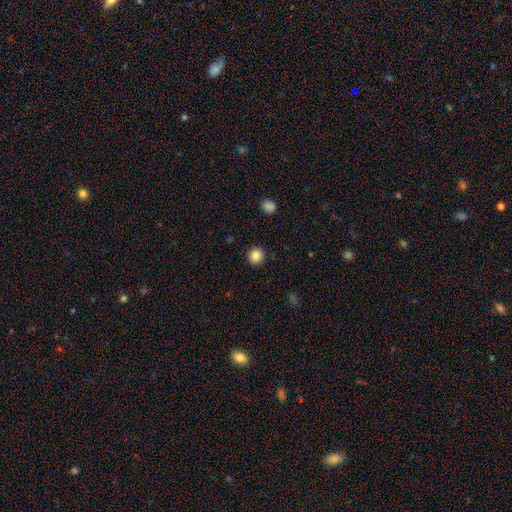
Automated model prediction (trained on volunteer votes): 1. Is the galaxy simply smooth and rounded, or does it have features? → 84% smooth, 11% star or artifact, 5% featured or disk.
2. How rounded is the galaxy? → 95% round, 4% in between, 1% cigar-shaped.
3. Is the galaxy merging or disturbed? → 93% none, 5% minor disturbance, 2% major disturbance, 1% merger.